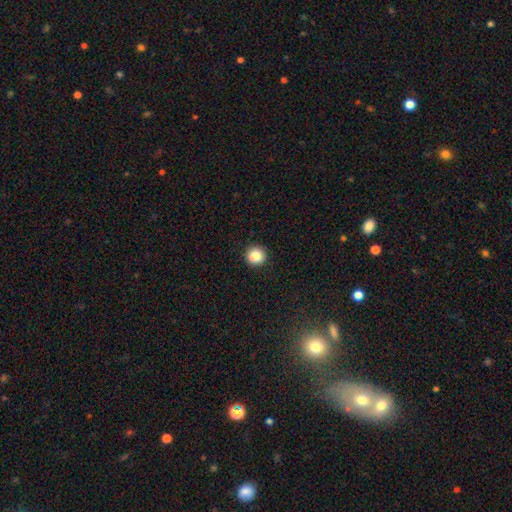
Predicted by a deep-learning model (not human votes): smooth 86%, star or artifact 10%, featured or disk 4%. Down the decision tree: how rounded — round (93%); merging — none (92%).